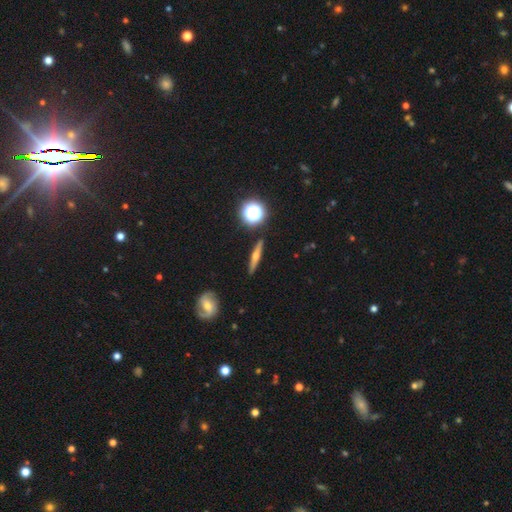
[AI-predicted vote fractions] Q: Smooth or featured?
A: featured or disk (63%); runner-up: smooth (26%)
Q: Edge-on disk?
A: yes (94%); runner-up: no (6%)
Q: Edge-on bulge?
A: rounded (90%); runner-up: none (7%)
Q: Merging?
A: none (90%); runner-up: minor disturbance (6%)